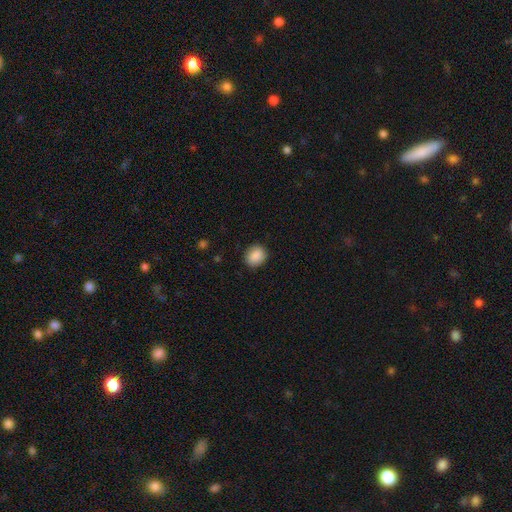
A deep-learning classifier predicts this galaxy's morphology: This appears to be a smooth galaxy with no disk features (88%) that is round (63%). Merging: none (86%).